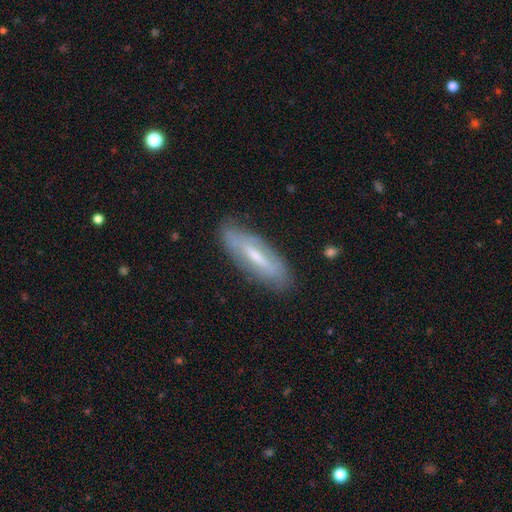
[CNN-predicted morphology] featured or disk 53%, smooth 40%, star or artifact 7%. Down the decision tree: edge-on disk — no (63%); merging — none (77%).